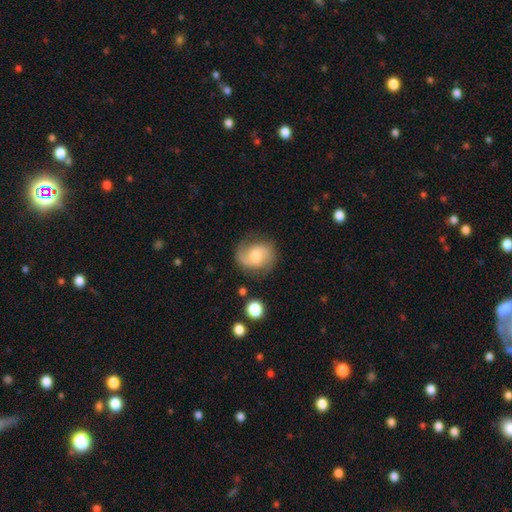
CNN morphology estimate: featured or disk 69%, smooth 24%, star or artifact 7%. Down the decision tree: edge-on disk — no (98%); bar — no (53%); spiral arms — yes (93%); spiral arm count — 2 (83%); spiral winding — medium (48%); bulge size — moderate (63%); merging — none (74%).